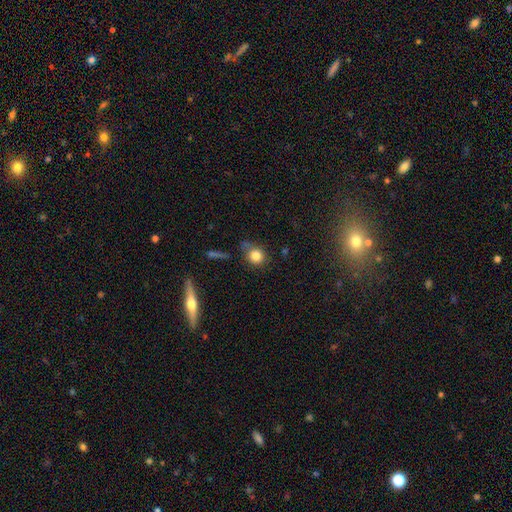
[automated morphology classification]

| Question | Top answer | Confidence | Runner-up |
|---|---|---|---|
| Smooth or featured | smooth | 82% | star or artifact (10%) |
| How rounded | round | 77% | in between (21%) |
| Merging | none | 61% | minor disturbance (22%) |